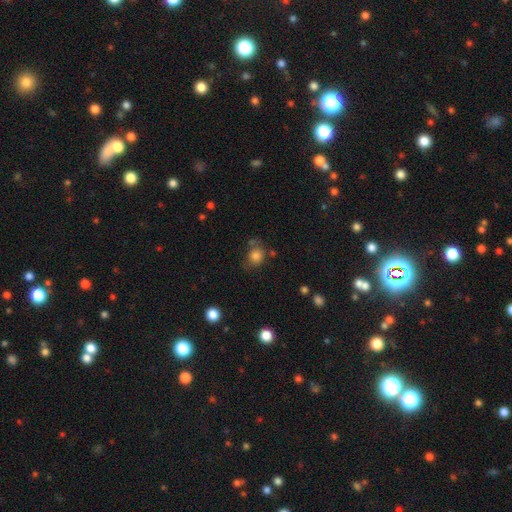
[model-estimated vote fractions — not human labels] A smooth galaxy with no disk features (80%) that is round (69%).

Vote fractions:
- Smooth or featured? smooth: 80% / star or artifact: 11% / featured or disk: 9%
- How rounded? round: 69% / in between: 30% / cigar-shaped: 1%
- Merging? none: 61% / minor disturbance: 20% / major disturbance: 10% / merger: 8%